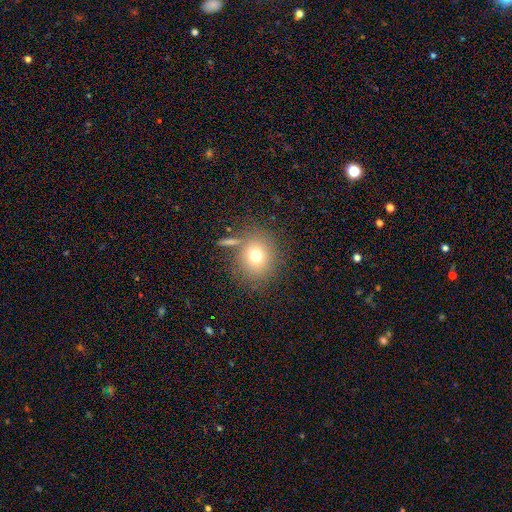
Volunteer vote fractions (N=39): Smooth or featured?
  - smooth: 85% *
  - star or artifact: 10%
  - featured or disk: 5%
How rounded?
  - round: 73% *
  - in between: 27%
  - cigar-shaped: 0%
Merging?
  - none: 74% *
  - minor disturbance: 9%
  - major disturbance: 9%
  - merger: 9%